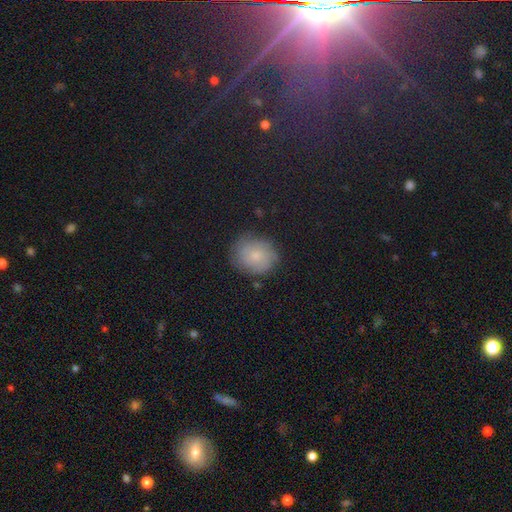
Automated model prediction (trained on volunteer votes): This appears to be a smooth galaxy with no disk features (63%) that is round (73%). Merging: none (79%).